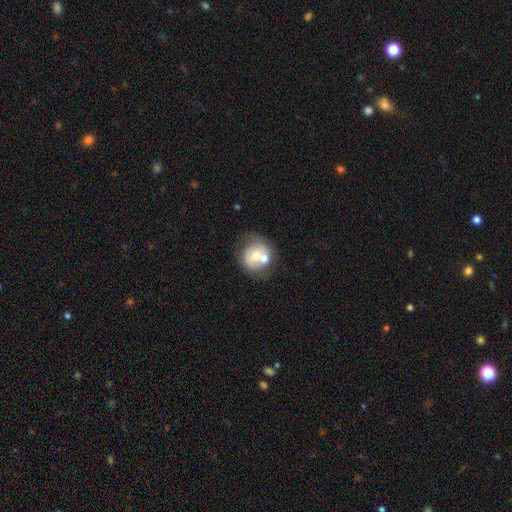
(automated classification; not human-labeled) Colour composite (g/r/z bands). It shows a smooth galaxy with no disk features (54%) that is round (81%). Merging: none (39%).